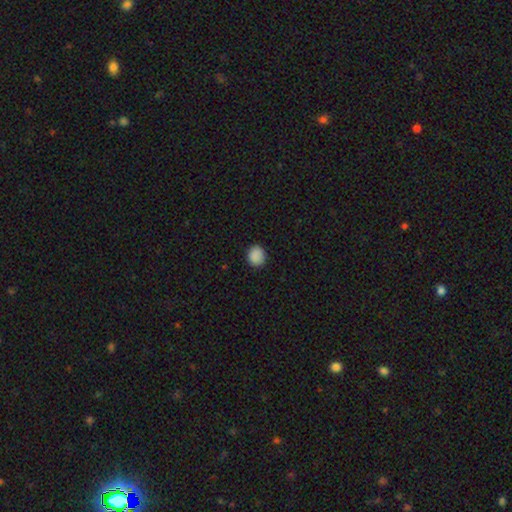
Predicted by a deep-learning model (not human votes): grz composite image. It shows a smooth galaxy with no disk features (88%) that is round (78%). Merging: none (88%).